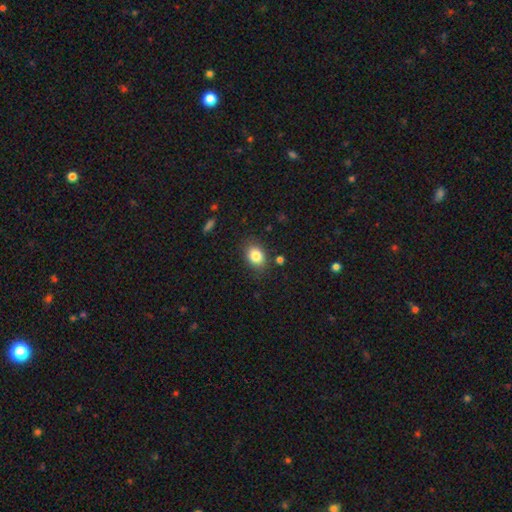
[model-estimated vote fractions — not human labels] smooth 83%, star or artifact 10%, featured or disk 7%. Down the decision tree: how rounded — in between (64%); merging — none (82%).